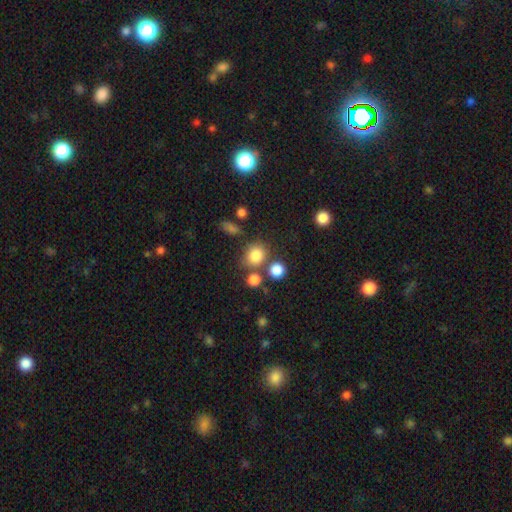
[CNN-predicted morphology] Q: Smooth or featured?
A: smooth (81%); runner-up: star or artifact (13%)
Q: How rounded?
A: round (77%); runner-up: in between (22%)
Q: Merging?
A: none (66%); runner-up: merger (17%)